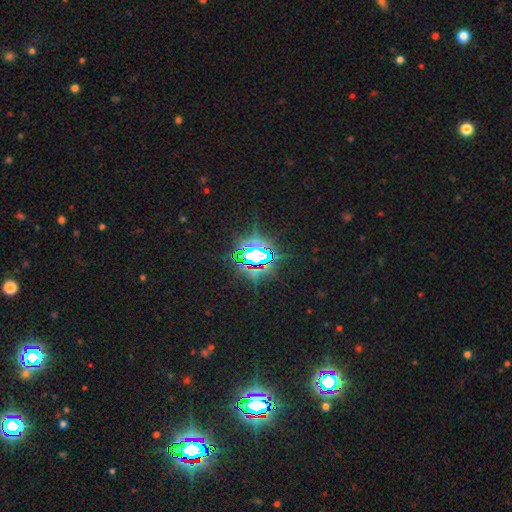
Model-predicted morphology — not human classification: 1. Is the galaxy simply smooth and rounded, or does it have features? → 80% star or artifact, 11% featured or disk, 10% smooth.